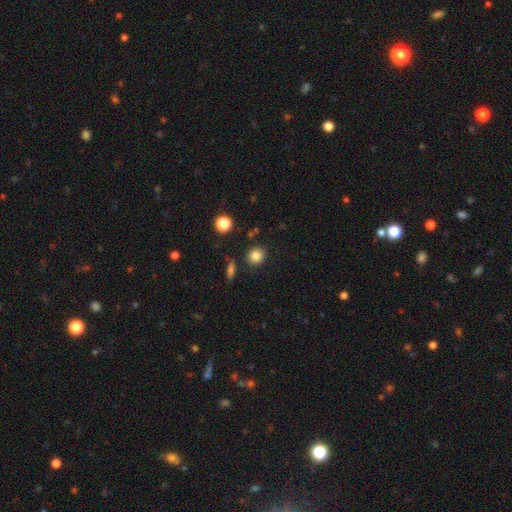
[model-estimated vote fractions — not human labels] The model was most divided on "smooth or featured": smooth: 84%, star or artifact: 11%, featured or disk: 5%. More confident: how rounded — round (87%); merging — none (87%).